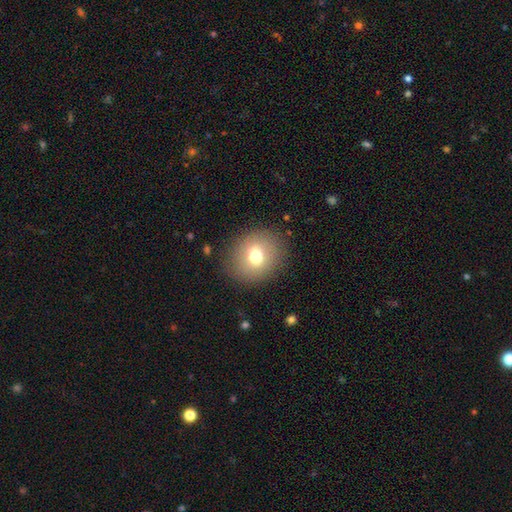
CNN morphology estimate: type=smooth (70%); roundness=round (70%); merging=none (85%).